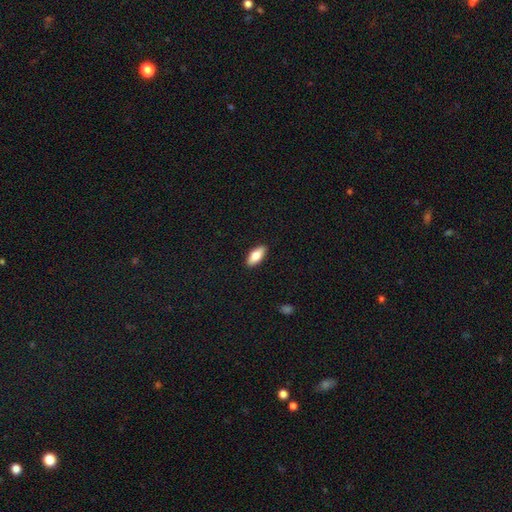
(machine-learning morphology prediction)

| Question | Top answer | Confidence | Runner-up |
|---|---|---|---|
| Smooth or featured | smooth | 79% | featured or disk (15%) |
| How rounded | in between | 85% | cigar-shaped (13%) |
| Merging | none | 90% | minor disturbance (8%) |